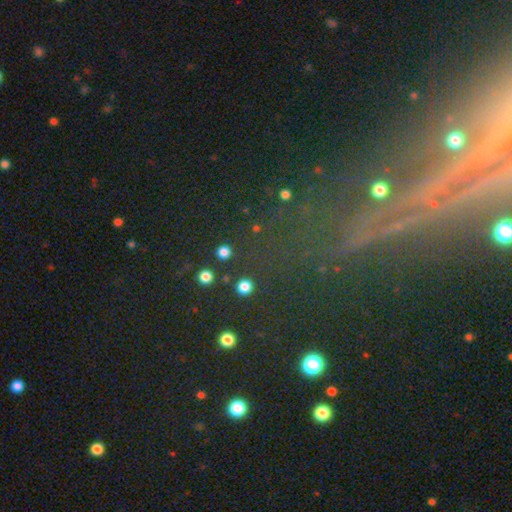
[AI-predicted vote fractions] The model was most divided on "smooth or featured": star or artifact: 64%, featured or disk: 19%, smooth: 17%.